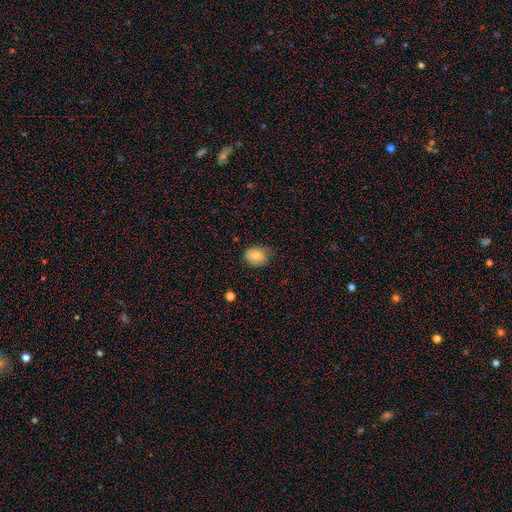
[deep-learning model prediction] This appears to be a smooth galaxy with no disk features (82%) that is round (59%). Merging: none (64%).